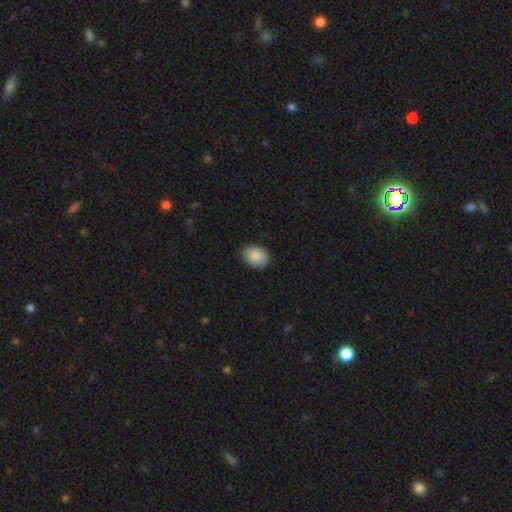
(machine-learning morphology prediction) A smooth galaxy with no disk features (90%) that is in between round and cigar-shaped (75%).

Vote fractions:
- Smooth or featured? smooth: 90% / star or artifact: 7% / featured or disk: 4%
- How rounded? in between: 75% / round: 24% / cigar-shaped: 1%
- Merging? none: 86% / minor disturbance: 11% / major disturbance: 2% / merger: 1%